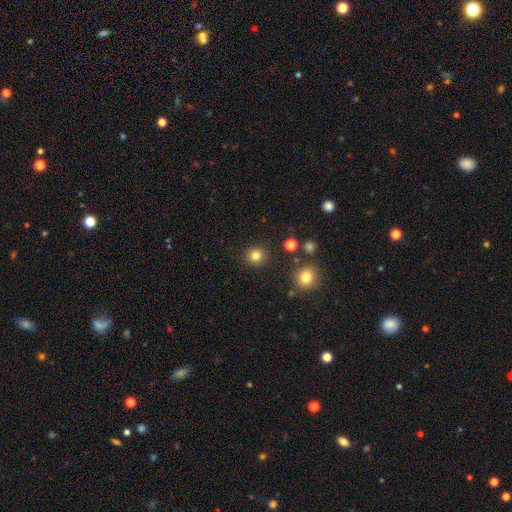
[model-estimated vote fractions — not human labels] A smooth galaxy with no disk features (82%) that is round (92%).

Vote fractions:
- Smooth or featured? smooth: 82% / star or artifact: 13% / featured or disk: 5%
- How rounded? round: 92% / in between: 7% / cigar-shaped: 1%
- Merging? none: 90% / minor disturbance: 6% / major disturbance: 2% / merger: 2%